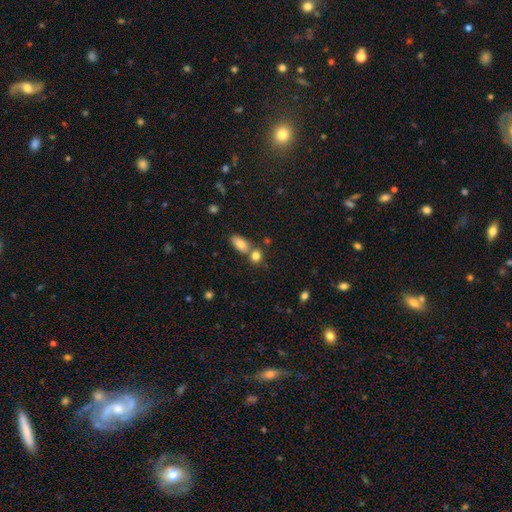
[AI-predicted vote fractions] A smooth galaxy with no disk features (81%) that is round (51%). Merging: none (49%).